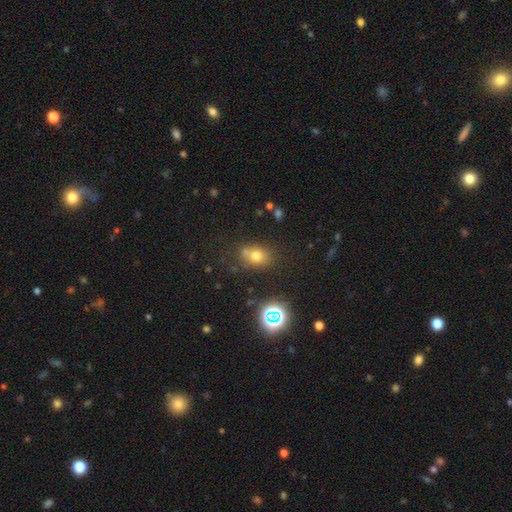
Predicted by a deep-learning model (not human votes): This appears to be a smooth galaxy with no disk features (64%) that is in between round and cigar-shaped (54%). Merging: none (65%).